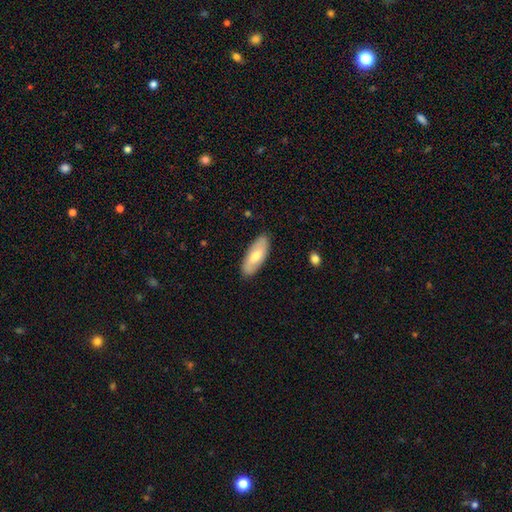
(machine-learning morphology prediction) This appears to be a smooth galaxy with no disk features (62%) that is in between round and cigar-shaped (81%). Merging: none (87%).